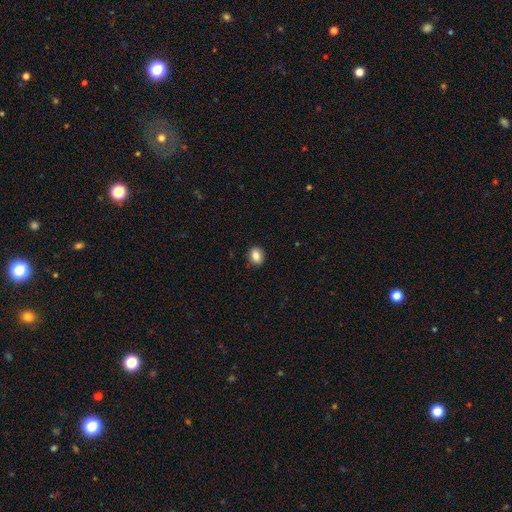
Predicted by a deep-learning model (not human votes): This is clearly a smooth galaxy (84%). How rounded: possibly round (54%). Merging: clearly none (89%).